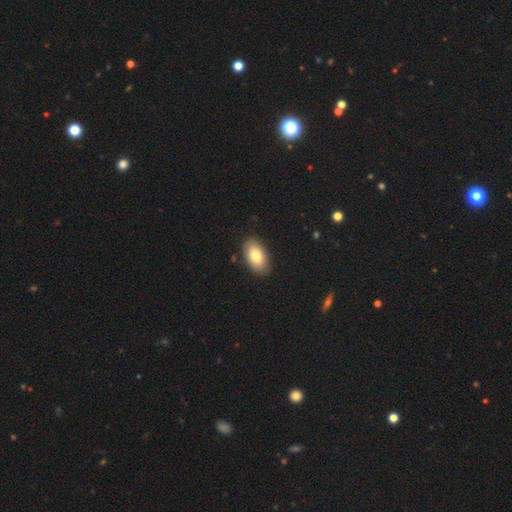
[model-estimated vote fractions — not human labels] The model was most divided on "smooth or featured": smooth: 79%, featured or disk: 15%, star or artifact: 6%. More confident: how rounded — in between (94%); merging — none (87%).